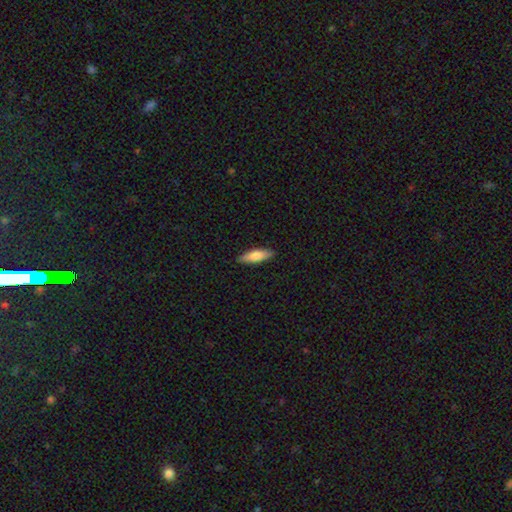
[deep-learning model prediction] A smooth galaxy with no disk features (76%) that is cigar-shaped (54%).

Vote fractions:
- Smooth or featured? smooth: 76% / featured or disk: 19% / star or artifact: 5%
- How rounded? cigar-shaped: 54% / in between: 44% / round: 2%
- Merging? none: 88% / minor disturbance: 9% / major disturbance: 2% / merger: 1%